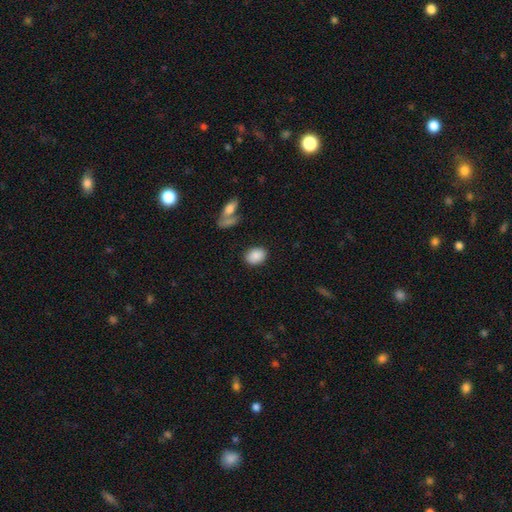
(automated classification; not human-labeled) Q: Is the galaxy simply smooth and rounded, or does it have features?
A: smooth — 88%.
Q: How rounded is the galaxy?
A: in between — 69%.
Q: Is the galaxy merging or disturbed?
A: none — 84%.